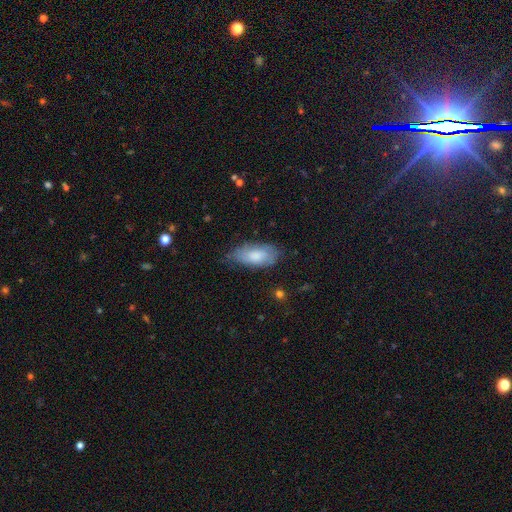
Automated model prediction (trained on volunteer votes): Smooth or featured: smooth — 75% (featured or disk — 19%)
How rounded: in between — 90% (cigar-shaped — 7%)
Merging: none — 57% (minor disturbance — 33%)